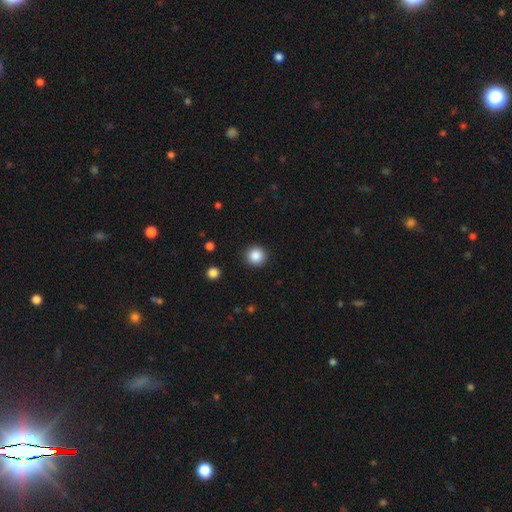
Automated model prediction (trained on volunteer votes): This is clearly a smooth galaxy (87%). How rounded: clearly round (94%). Merging: clearly none (91%).